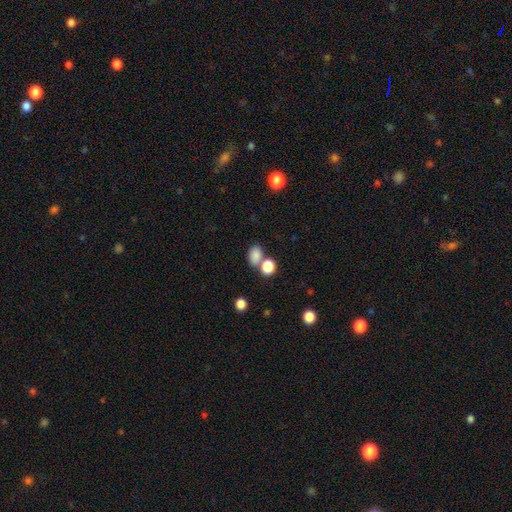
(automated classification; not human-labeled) A smooth galaxy with no disk features (82%) that is in between round and cigar-shaped (69%). Merging: none (51%).